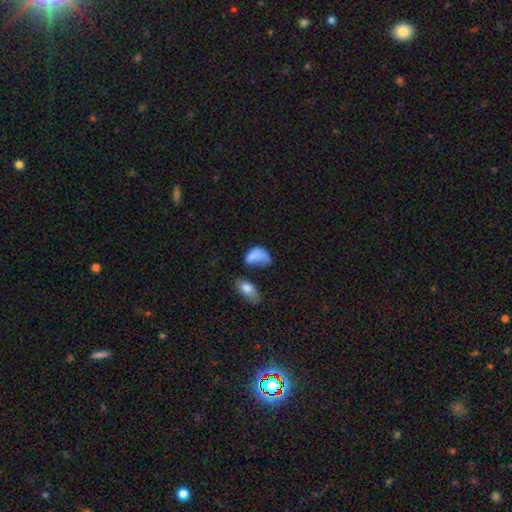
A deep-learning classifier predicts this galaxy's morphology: smooth-or-featured: smooth: 75% | featured or disk: 15% | star or artifact: 10%
  how-rounded: in between: 86% | round: 12% | cigar-shaped: 2%
  merging: major disturbance: 33% | minor disturbance: 27% | none: 23% | merger: 17%